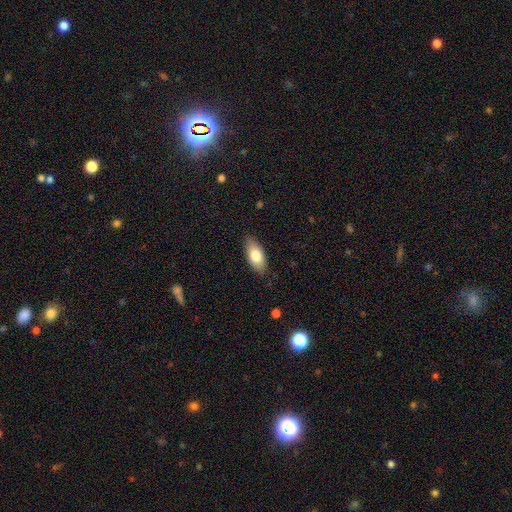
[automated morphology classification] Smooth or featured? Predicted: smooth (p=0.79). How rounded? Predicted: in between (p=0.88). Merging? Predicted: none (p=0.86).